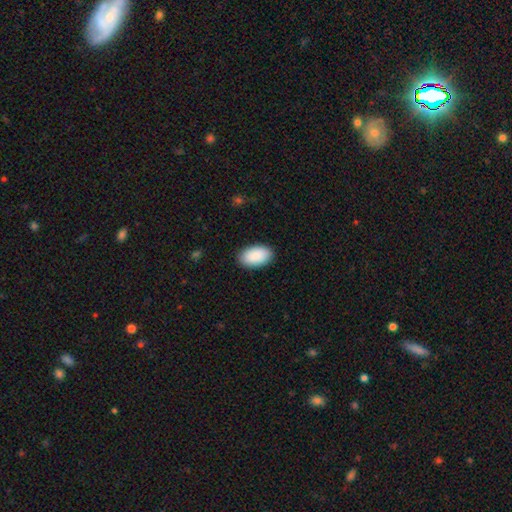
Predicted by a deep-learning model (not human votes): Smooth or featured? smooth (92%)
How rounded? in between (95%)
Merging? none (89%)